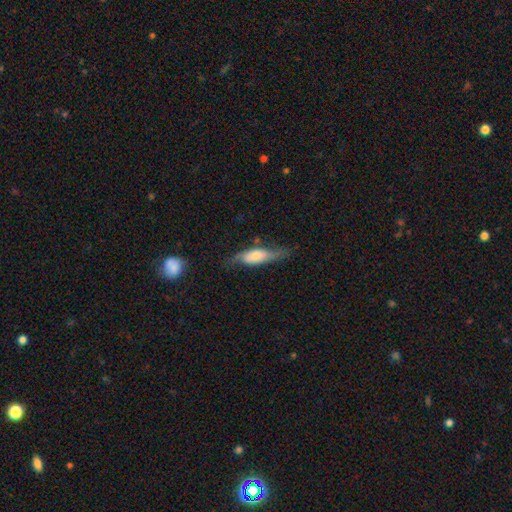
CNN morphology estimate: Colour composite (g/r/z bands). It shows a smooth galaxy with no disk features (50%). Merging: none (55%).